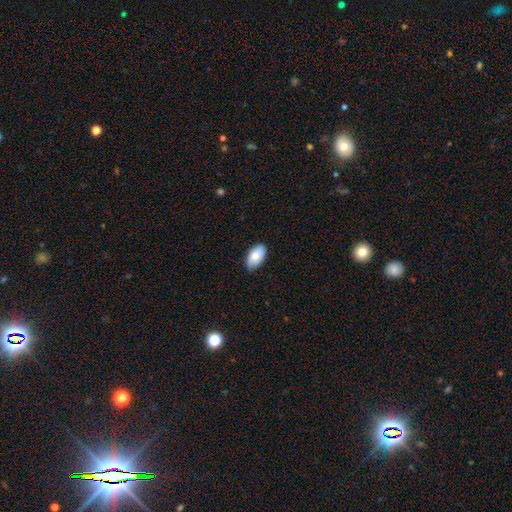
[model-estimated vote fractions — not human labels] Smooth or featured?
  - smooth: 82% *
  - featured or disk: 12%
  - star or artifact: 6%
How rounded?
  - in between: 95% *
  - round: 3%
  - cigar-shaped: 2%
Merging?
  - none: 77% *
  - minor disturbance: 19%
  - major disturbance: 2%
  - merger: 1%